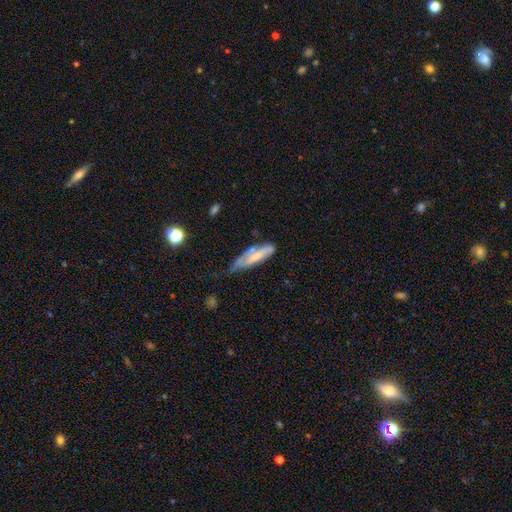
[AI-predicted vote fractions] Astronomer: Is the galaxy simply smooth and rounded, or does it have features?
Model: smooth — 55% (runner-up: featured or disk, 38%).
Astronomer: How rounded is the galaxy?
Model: cigar-shaped — 63%.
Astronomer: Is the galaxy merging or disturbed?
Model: minor disturbance — 40% (runner-up: none, 36%).